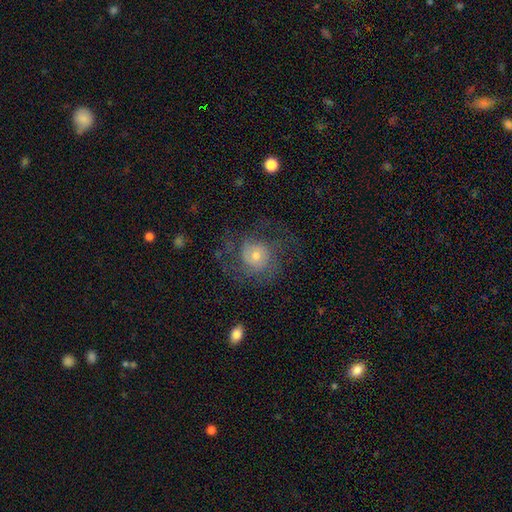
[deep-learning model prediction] Smooth or featured: featured or disk — 64% (smooth — 26%)
Edge-on disk: no — 97% (yes — 3%)
Bar: no — 77% (weak — 20%)
Spiral arms: yes — 85% (no — 15%)
Spiral winding: medium — 43% (tight — 37%)
Spiral arm count: 2 — 39% (can't tell — 30%)
Bulge size: small — 46% (moderate — 44%)
Merging: none — 59% (major disturbance — 22%)